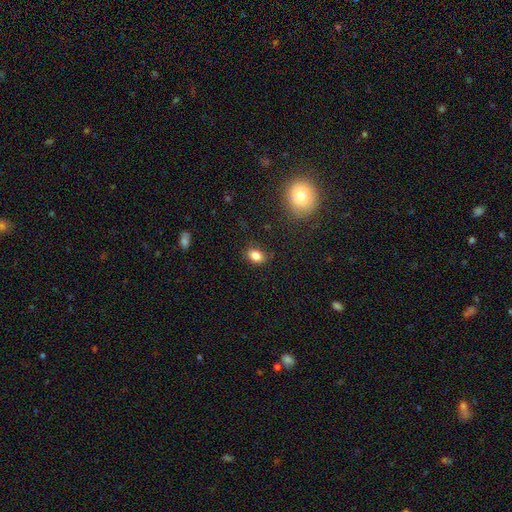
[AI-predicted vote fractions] smooth 83%, star or artifact 11%, featured or disk 6%. Down the decision tree: how rounded — in between (73%); merging — none (80%).